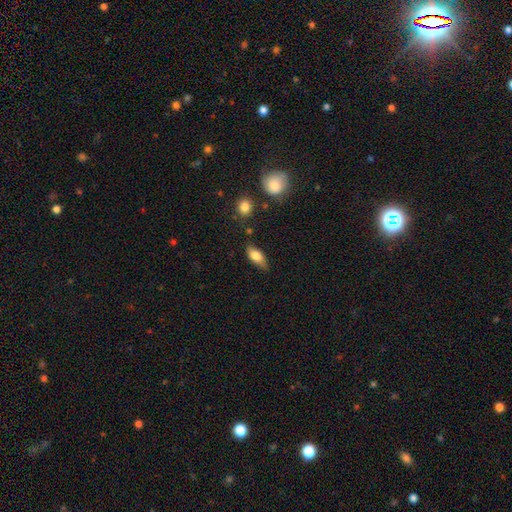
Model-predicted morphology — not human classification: Smooth or featured? smooth (78%)
How rounded? in between (83%)
Merging? none (69%)